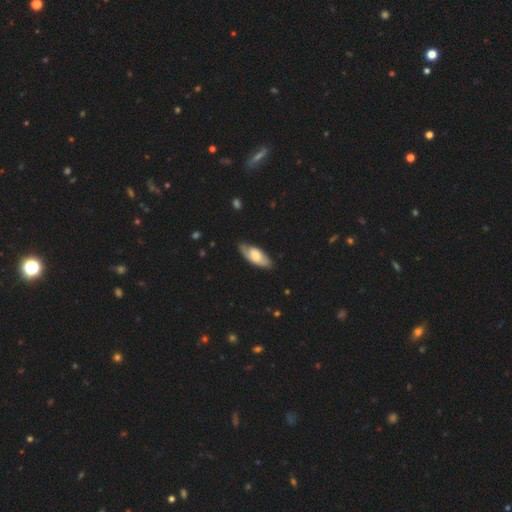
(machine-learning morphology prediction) Smooth or featured?
  - smooth: 54% *
  - featured or disk: 40%
  - star or artifact: 5%
How rounded?
  - in between: 83% *
  - cigar-shaped: 15%
  - round: 2%
Merging?
  - none: 71% *
  - minor disturbance: 22%
  - major disturbance: 5%
  - merger: 1%